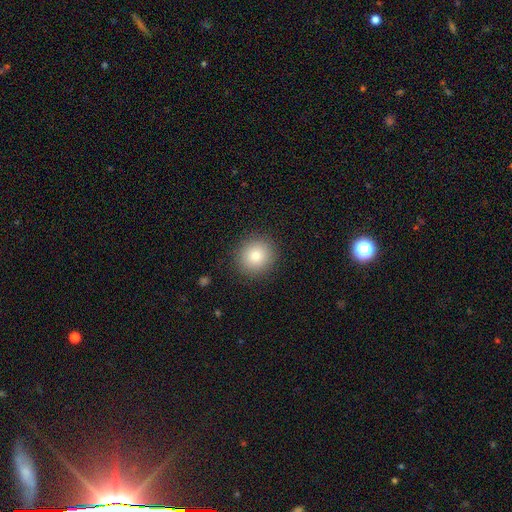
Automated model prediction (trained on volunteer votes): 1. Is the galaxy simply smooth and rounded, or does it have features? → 82% smooth, 10% star or artifact, 7% featured or disk.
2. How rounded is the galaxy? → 89% round, 10% in between, 1% cigar-shaped.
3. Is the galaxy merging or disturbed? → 91% none, 6% minor disturbance, 2% major disturbance, 1% merger.